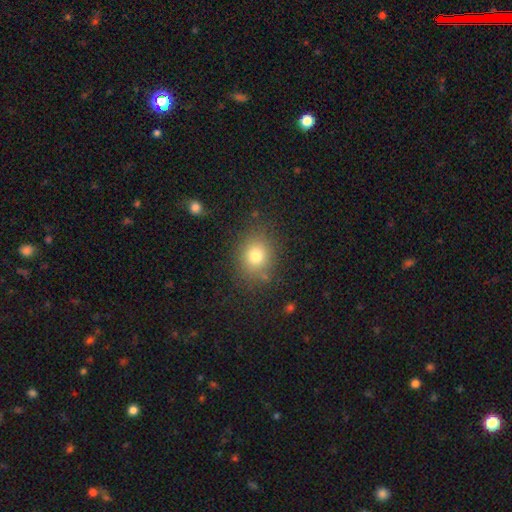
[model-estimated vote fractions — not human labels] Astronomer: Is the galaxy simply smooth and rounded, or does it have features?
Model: smooth — 76%.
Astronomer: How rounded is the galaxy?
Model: round — 66%.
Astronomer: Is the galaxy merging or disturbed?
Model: none — 83%.